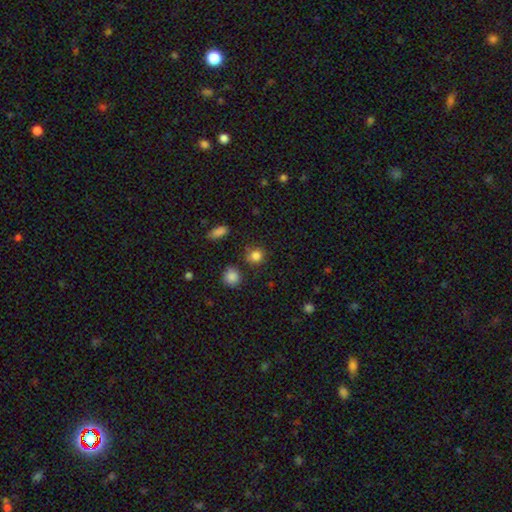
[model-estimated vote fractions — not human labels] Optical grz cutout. It shows a smooth galaxy with no disk features (83%) that is round (85%). Merging: none (78%).